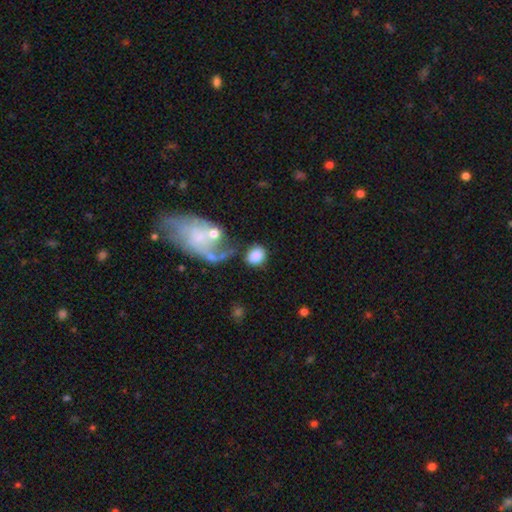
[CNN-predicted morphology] type=smooth (79%); roundness=round (65%); merging=none (62%).